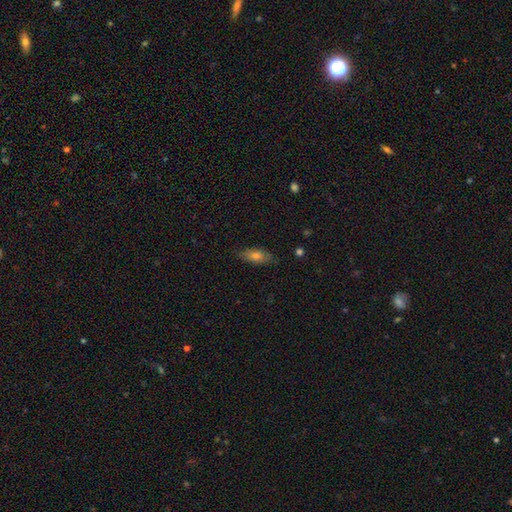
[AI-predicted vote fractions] smooth-or-featured: smooth: 68% | featured or disk: 22% | star or artifact: 10%
  how-rounded: in between: 68% | cigar-shaped: 28% | round: 4%
  merging: none: 81% | minor disturbance: 15% | major disturbance: 3% | merger: 1%